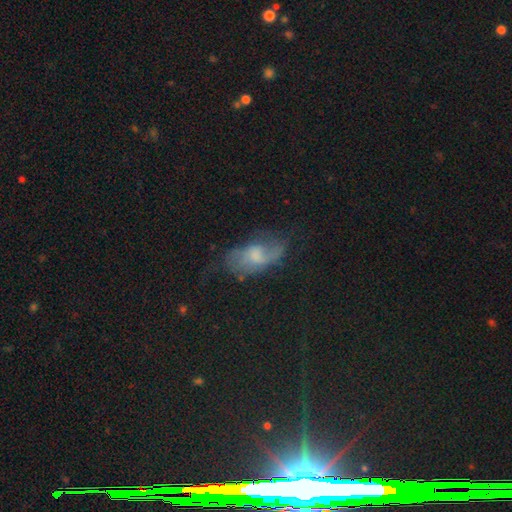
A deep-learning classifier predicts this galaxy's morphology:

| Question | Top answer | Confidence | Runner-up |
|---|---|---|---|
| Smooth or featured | featured or disk | 51% | smooth (36%) |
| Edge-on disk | no | 92% | yes (8%) |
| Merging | none | 50% | minor disturbance (27%) |